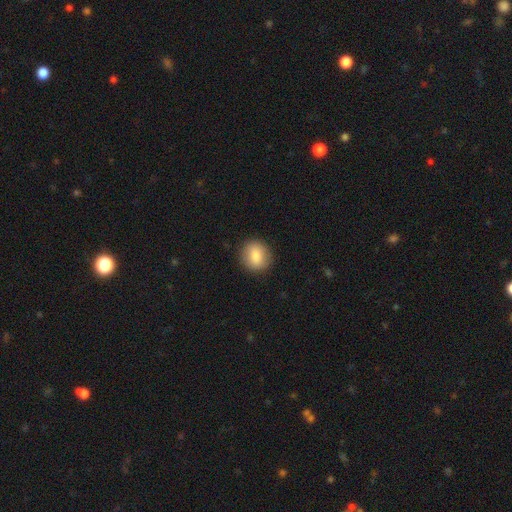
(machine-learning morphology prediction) Overall: smooth (83%). How rounded: round (80%). Merging: none (90%).